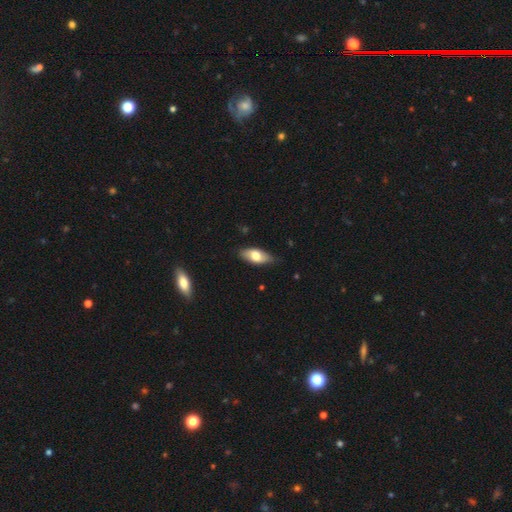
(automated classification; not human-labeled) This appears to be a smooth galaxy with no disk features (66%) that is in between round and cigar-shaped (87%). Merging: none (79%).